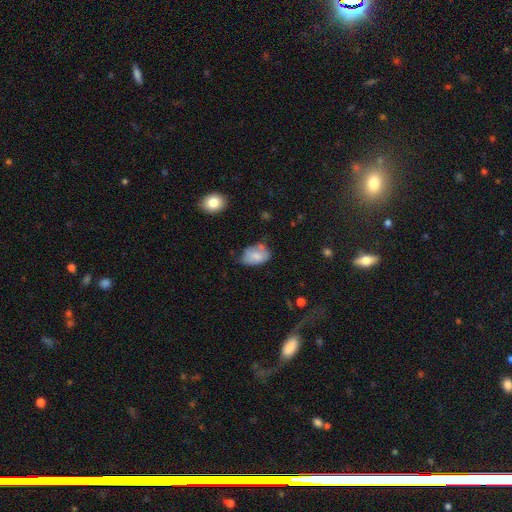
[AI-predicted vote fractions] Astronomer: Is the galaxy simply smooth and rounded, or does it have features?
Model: smooth — 77%.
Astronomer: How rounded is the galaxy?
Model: in between — 86%.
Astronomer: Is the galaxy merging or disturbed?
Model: none — 49% (runner-up: minor disturbance, 35%).